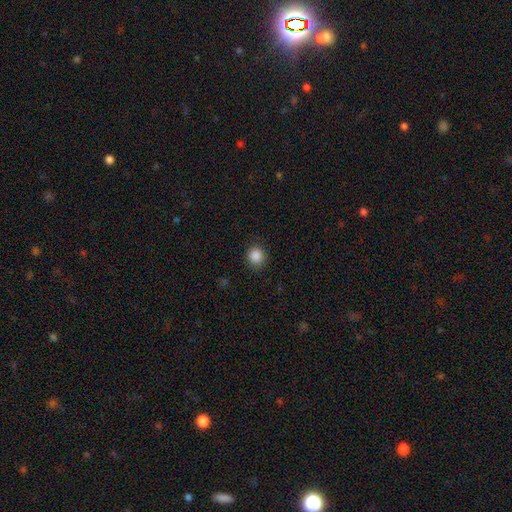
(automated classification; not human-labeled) Q: Smooth or featured?
A: smooth (87%); runner-up: star or artifact (10%)
Q: How rounded?
A: round (88%); runner-up: in between (11%)
Q: Merging?
A: none (89%); runner-up: minor disturbance (7%)